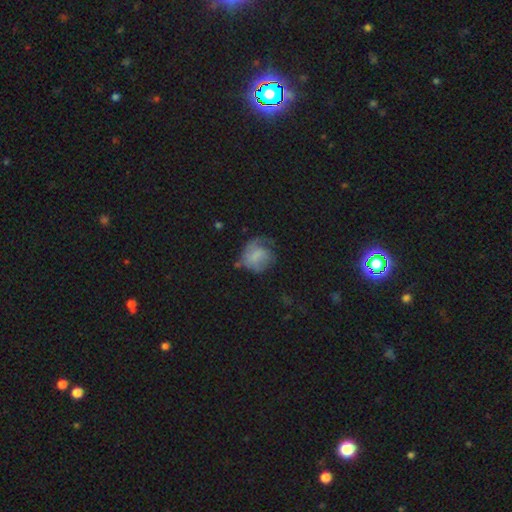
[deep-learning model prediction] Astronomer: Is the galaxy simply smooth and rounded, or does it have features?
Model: smooth — 51% (runner-up: featured or disk, 40%).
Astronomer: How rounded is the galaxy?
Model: round — 68%.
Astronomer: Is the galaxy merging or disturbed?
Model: none — 40% (runner-up: major disturbance, 29%).